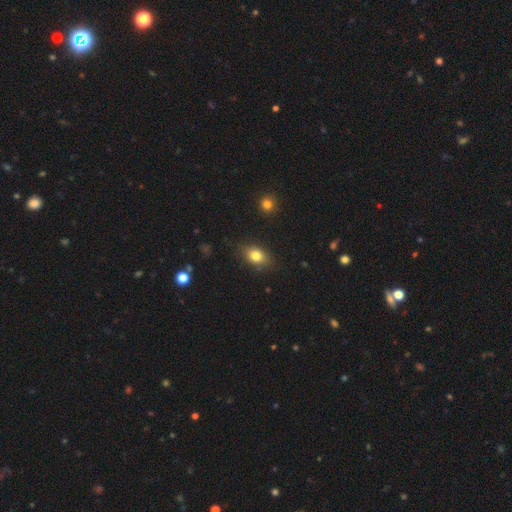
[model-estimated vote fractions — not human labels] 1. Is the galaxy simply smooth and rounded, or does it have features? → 80% smooth, 10% star or artifact, 9% featured or disk.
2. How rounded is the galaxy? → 71% in between, 27% round, 2% cigar-shaped.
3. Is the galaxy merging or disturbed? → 82% none, 14% minor disturbance, 3% major disturbance, 1% merger.